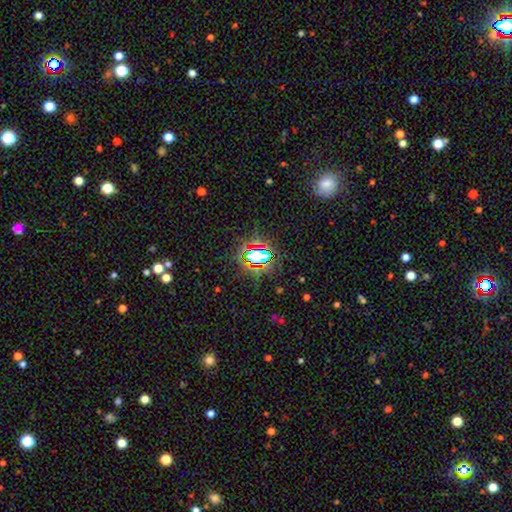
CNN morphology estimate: Smooth or featured: star or artifact — 71% (smooth — 18%)